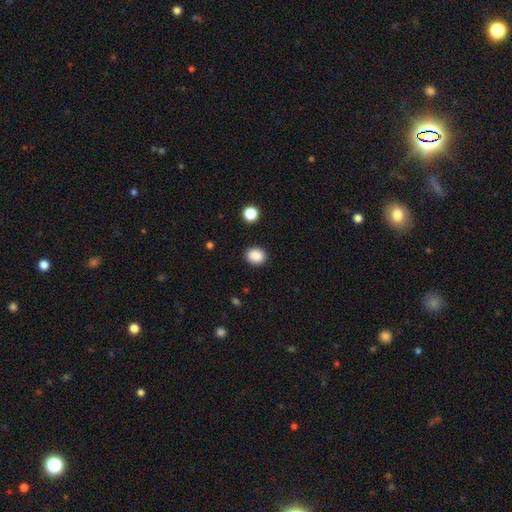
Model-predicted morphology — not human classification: This is clearly a smooth galaxy (88%). How rounded: likely round (70%). Merging: clearly none (89%).